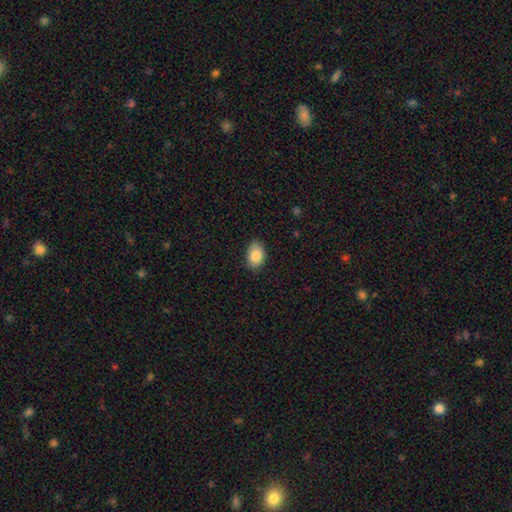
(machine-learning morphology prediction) Overall: smooth (85%). How rounded: in between (83%). Merging: none (81%).